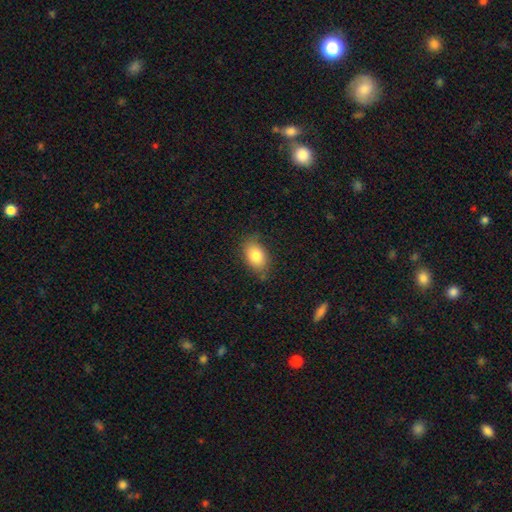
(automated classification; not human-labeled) Overall: smooth (82%). How rounded: in between (86%). Merging: none (76%).